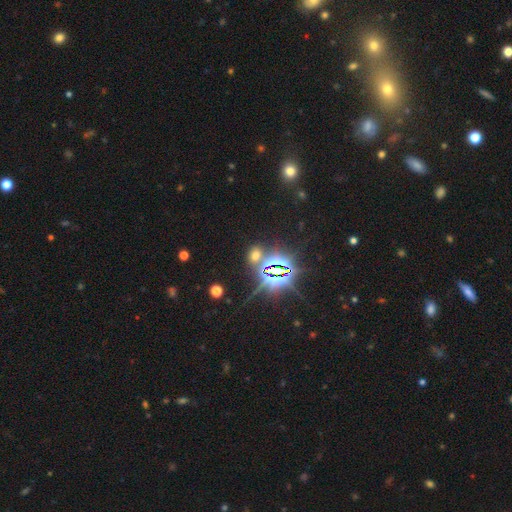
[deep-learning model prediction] Smooth or featured? Predicted: star or artifact (p=0.56).